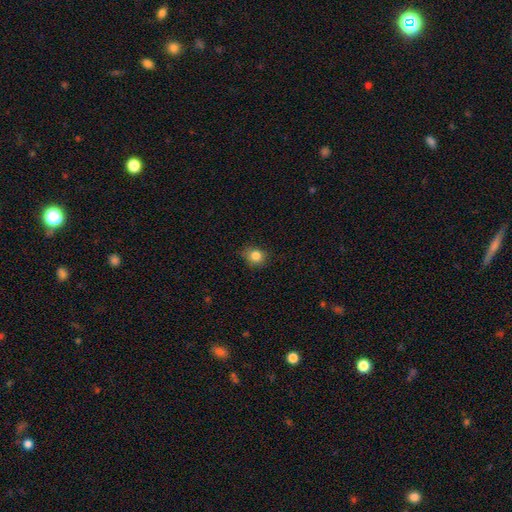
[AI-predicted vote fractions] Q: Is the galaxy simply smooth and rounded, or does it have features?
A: smooth — 84%.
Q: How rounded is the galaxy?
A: round — 73%.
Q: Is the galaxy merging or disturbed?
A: none — 78%.